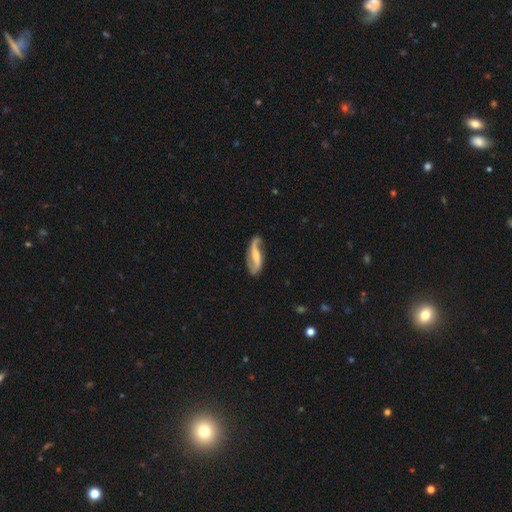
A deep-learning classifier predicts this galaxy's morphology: Smooth or featured? featured or disk (82%)
Edge-on disk? no (92%)
Bar? weak (36%)
Spiral arms? yes (95%)
Spiral winding? loose (65%)
Spiral arm count? 2 (89%)
Bulge size? small (44%)
Merging? none (72%)